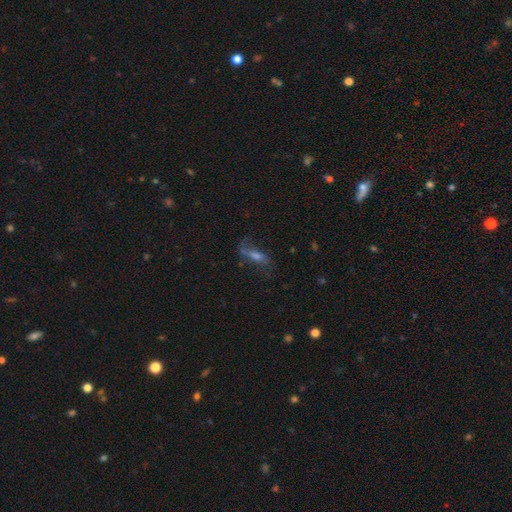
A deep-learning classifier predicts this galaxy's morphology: A featured or disk galaxy (53%).

Vote fractions:
- Smooth or featured? featured or disk: 53% / smooth: 32% / star or artifact: 15%
- Edge-on disk? no: 75% / yes: 25%
- Merging? none: 56% / minor disturbance: 22% / major disturbance: 20% / merger: 3%